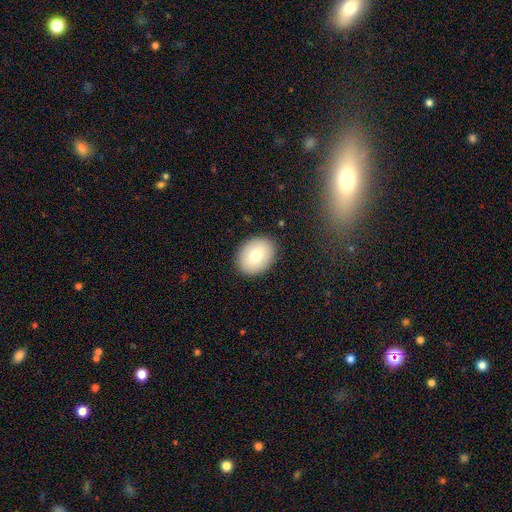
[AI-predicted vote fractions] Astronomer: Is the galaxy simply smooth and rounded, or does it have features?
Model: smooth — 74%.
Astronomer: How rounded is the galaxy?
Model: in between — 63%.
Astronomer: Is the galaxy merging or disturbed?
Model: none — 88%.